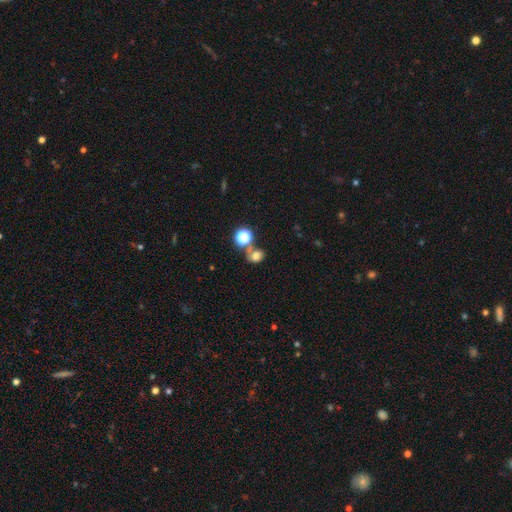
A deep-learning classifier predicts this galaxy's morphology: smooth_or_featured: smooth (p=0.69) [alt: star or artifact p=0.19]
how_rounded: round (p=0.54) [alt: in between p=0.45]
merging: none (p=0.48) [alt: merger p=0.31]